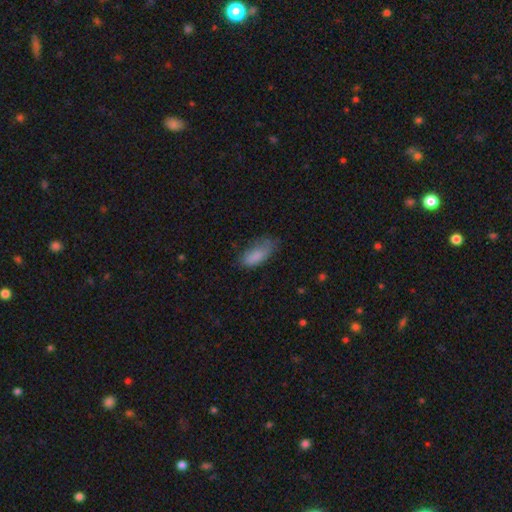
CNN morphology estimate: This appears to be a smooth galaxy with no disk features (82%) that is in between round and cigar-shaped (83%). Merging: none (48%).